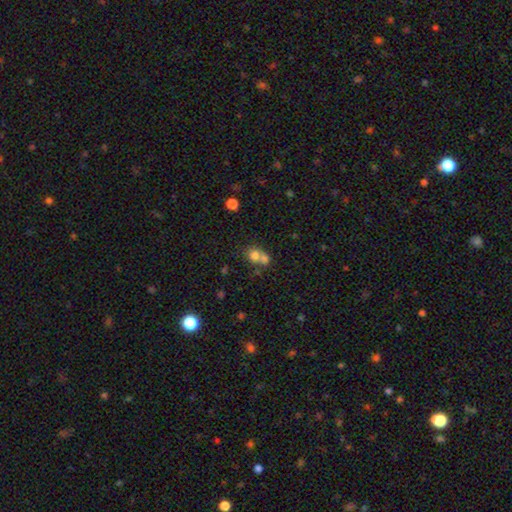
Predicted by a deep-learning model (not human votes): Smooth or featured: smooth — 72% (featured or disk — 14%)
How rounded: round — 74% (in between — 25%)
Merging: merger — 59% (none — 32%)